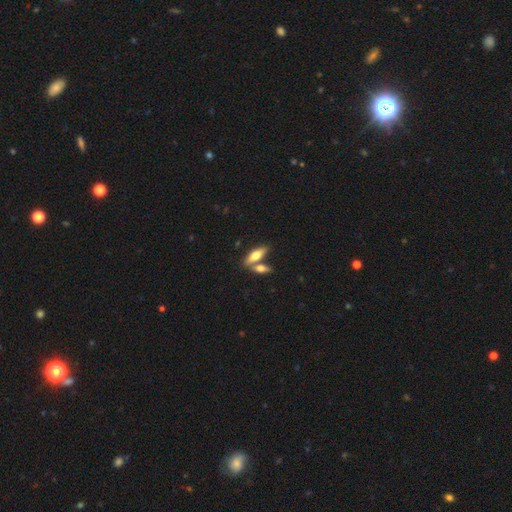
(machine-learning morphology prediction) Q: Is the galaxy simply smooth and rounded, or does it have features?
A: smooth — 66%.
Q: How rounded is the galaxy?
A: in between — 59%.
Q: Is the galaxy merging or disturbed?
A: none — 50%.